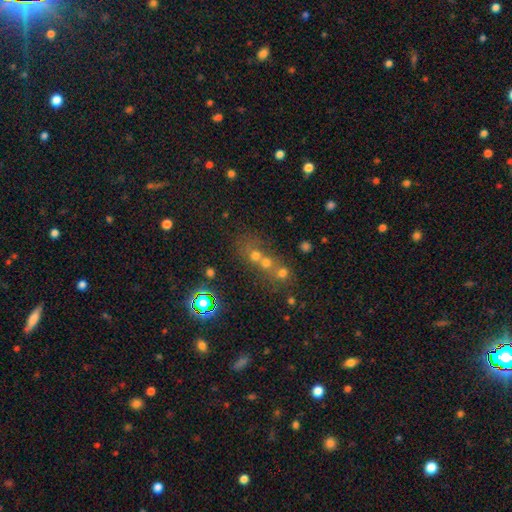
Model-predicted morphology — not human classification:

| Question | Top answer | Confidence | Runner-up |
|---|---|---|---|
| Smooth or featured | smooth | 45% | star or artifact (40%) |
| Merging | none | 48% | merger (34%) |